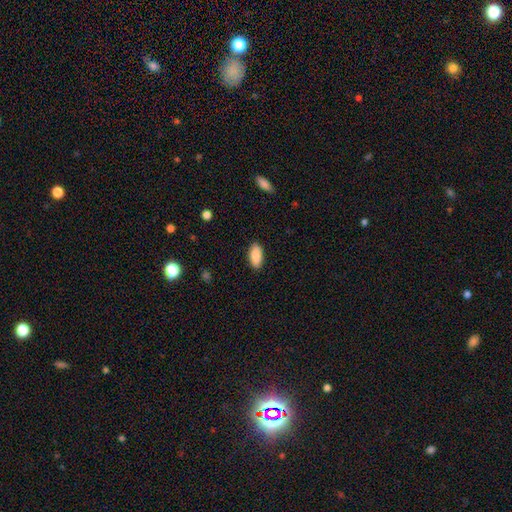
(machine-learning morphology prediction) Overall: smooth (89%). How rounded: in between (91%). Merging: none (89%).